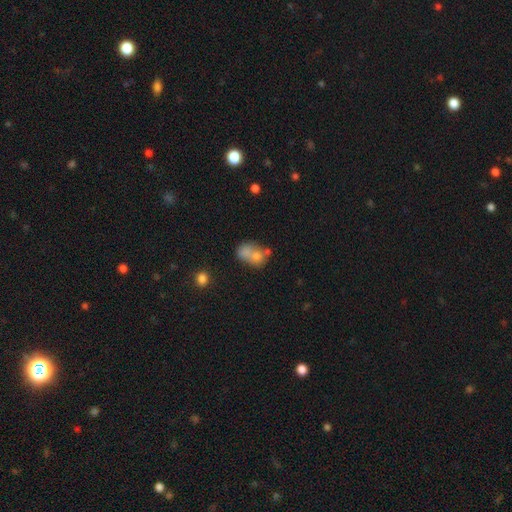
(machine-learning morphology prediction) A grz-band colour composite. It shows a smooth galaxy with no disk features (67%) that is in between round and cigar-shaped (59%). Merging: merger (51%).